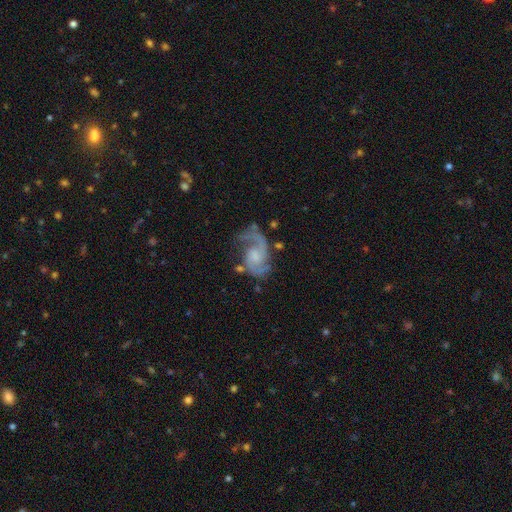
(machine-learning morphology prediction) Smooth or featured: featured or disk — 89% (smooth — 6%)
Edge-on disk: no — 98% (yes — 2%)
Bar: no — 60% (weak — 34%)
Spiral arms: yes — 97% (no — 3%)
Spiral winding: medium — 53% (loose — 29%)
Spiral arm count: 2 — 87% (1 — 7%)
Bulge size: small — 34% (moderate — 29%)
Merging: none — 62% (minor disturbance — 20%)